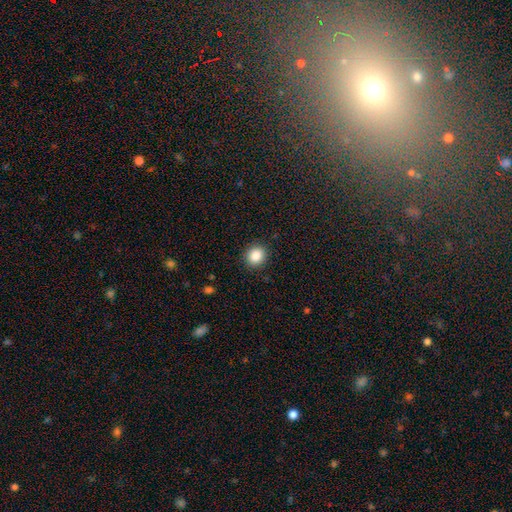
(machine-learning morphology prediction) smooth-or-featured: smooth: 86% | star or artifact: 10% | featured or disk: 4%
  how-rounded: round: 78% | in between: 21% | cigar-shaped: 1%
  merging: none: 90% | minor disturbance: 7% | major disturbance: 2% | merger: 1%